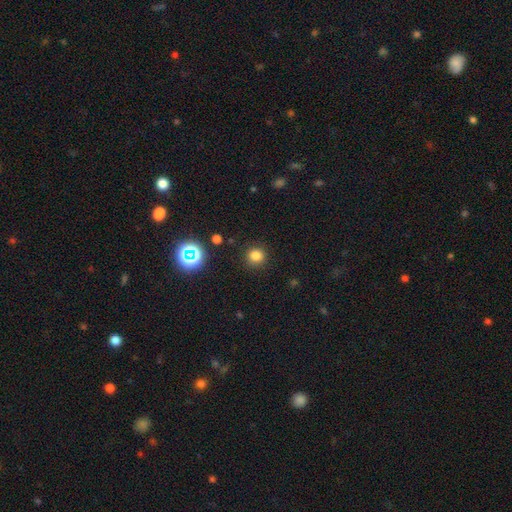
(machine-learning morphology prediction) This appears to be a smooth galaxy with no disk features (78%) that is round (91%). Merging: none (90%).